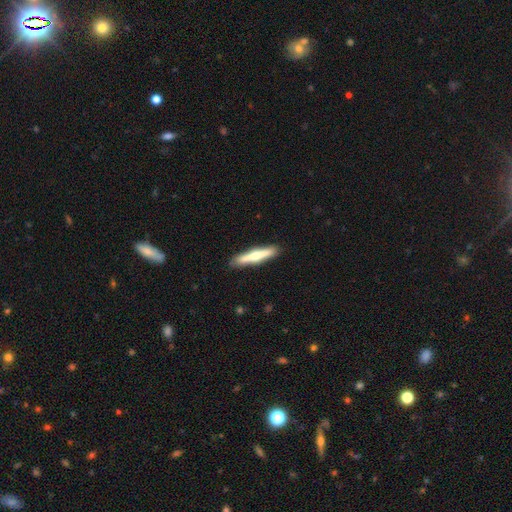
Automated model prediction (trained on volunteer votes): This is possibly a smooth galaxy (48%). Merging: clearly none (89%).